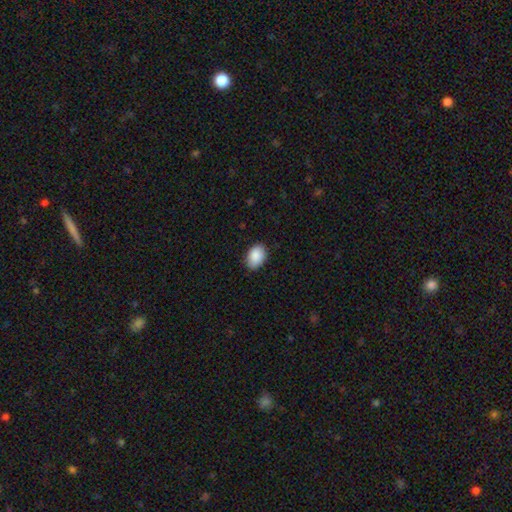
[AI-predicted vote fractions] A smooth galaxy with no disk features (90%) that is in between round and cigar-shaped (85%).

Vote fractions:
- Smooth or featured? smooth: 90% / star or artifact: 7% / featured or disk: 4%
- How rounded? in between: 85% / round: 14% / cigar-shaped: 1%
- Merging? none: 85% / minor disturbance: 12% / major disturbance: 2% / merger: 1%